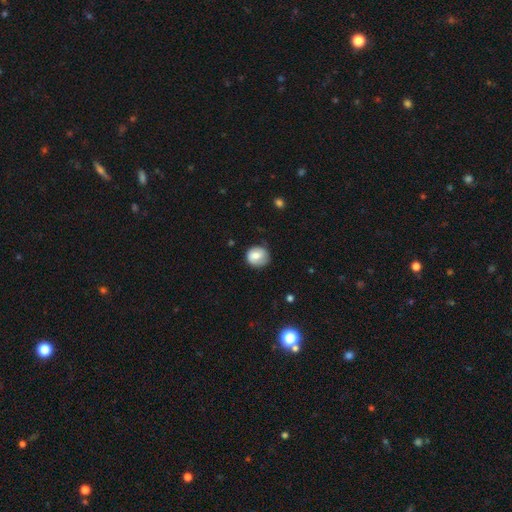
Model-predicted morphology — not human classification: Smooth or featured?
  - smooth: 74% *
  - featured or disk: 18%
  - star or artifact: 8%
How rounded?
  - round: 86% *
  - in between: 13%
  - cigar-shaped: 1%
Merging?
  - none: 72% *
  - minor disturbance: 21%
  - major disturbance: 5%
  - merger: 1%